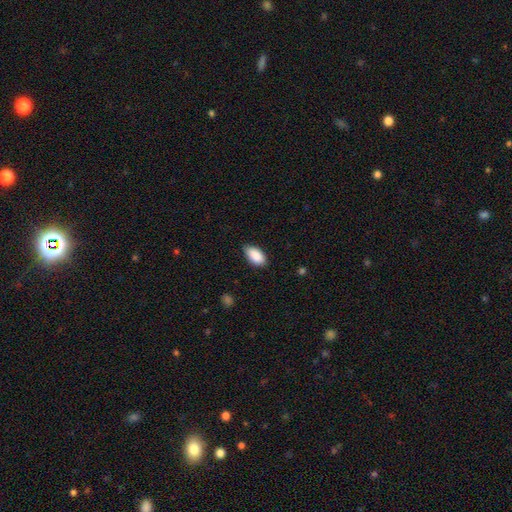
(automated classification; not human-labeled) smooth_or_featured: smooth (p=0.89) [alt: star or artifact p=0.06]
how_rounded: in between (p=0.94) [alt: cigar-shaped p=0.03]
merging: none (p=0.78) [alt: minor disturbance p=0.18]